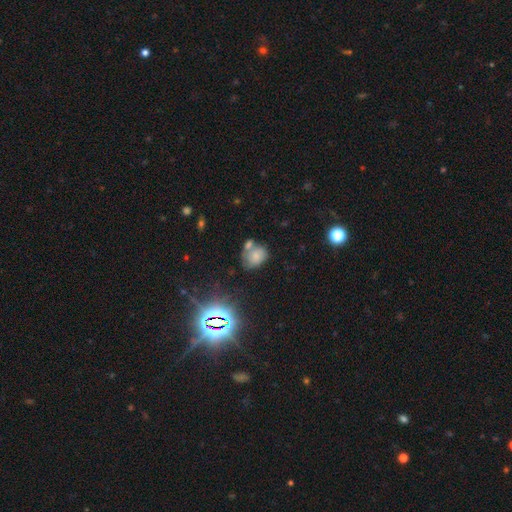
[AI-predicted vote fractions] Smooth or featured?
  - smooth: 65% *
  - star or artifact: 18%
  - featured or disk: 16%
How rounded?
  - in between: 57% *
  - round: 42%
  - cigar-shaped: 1%
Merging?
  - none: 41% *
  - merger: 36%
  - minor disturbance: 16%
  - major disturbance: 7%